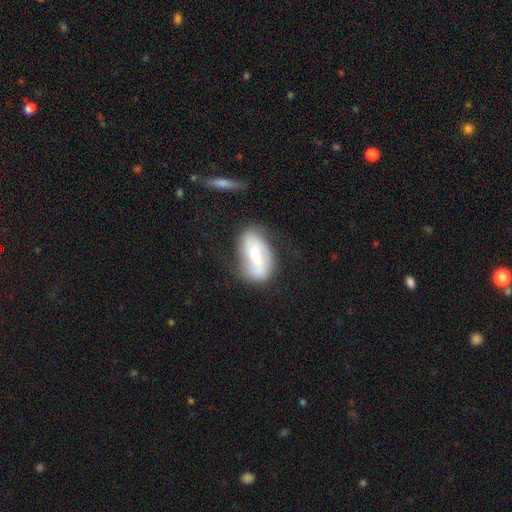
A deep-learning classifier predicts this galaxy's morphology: A featured or disk galaxy (55%) with a weak bar (43%), spiral arms (70%) and a moderate central bulge (60%).

Vote fractions:
- Smooth or featured? featured or disk: 55% / smooth: 38% / star or artifact: 7%
- Edge-on disk? no: 91% / yes: 9%
- Bar? weak: 43% / strong: 34% / no: 23%
- Spiral arms? yes: 70% / no: 30%
- Bulge size? moderate: 60% / small: 26% / large: 9% / none: 3% / dominant: 2%
- Merging? none: 55% / minor disturbance: 28% / major disturbance: 13% / merger: 4%